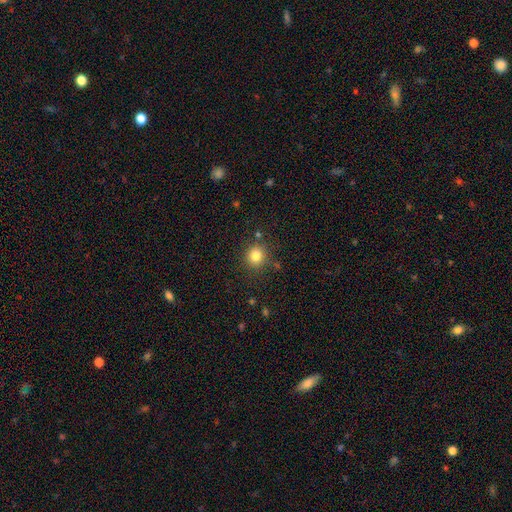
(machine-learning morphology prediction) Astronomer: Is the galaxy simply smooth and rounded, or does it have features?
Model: smooth — 82%.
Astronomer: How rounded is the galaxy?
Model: round — 87%.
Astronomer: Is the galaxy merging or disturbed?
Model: none — 84%.